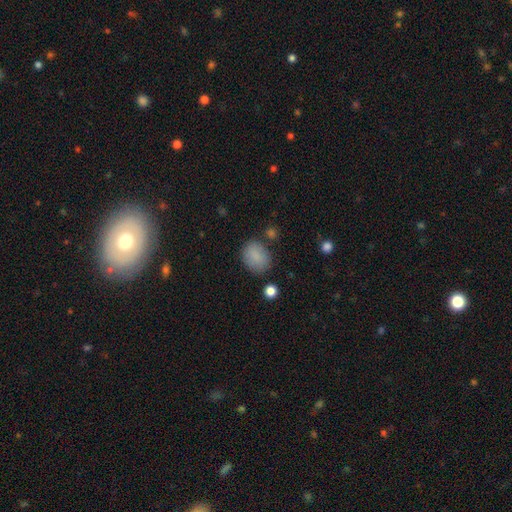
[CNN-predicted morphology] The model was most divided on "how rounded": round: 52%, in between: 47%, cigar-shaped: 1%. More confident: smooth or featured — smooth (85%); merging — none (75%).